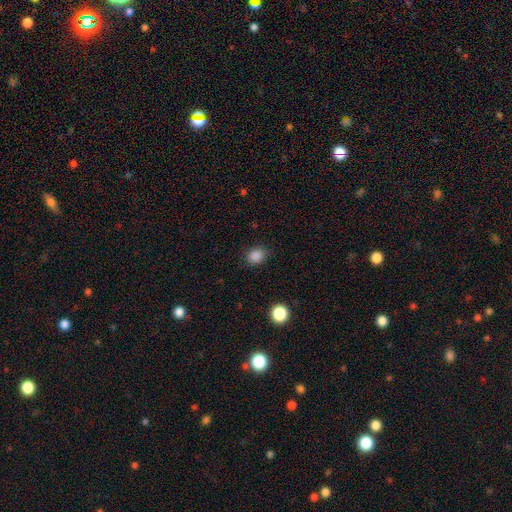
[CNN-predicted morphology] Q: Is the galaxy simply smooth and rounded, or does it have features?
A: smooth — 85%.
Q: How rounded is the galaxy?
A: round — 59%.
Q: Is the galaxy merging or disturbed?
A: none — 83%.